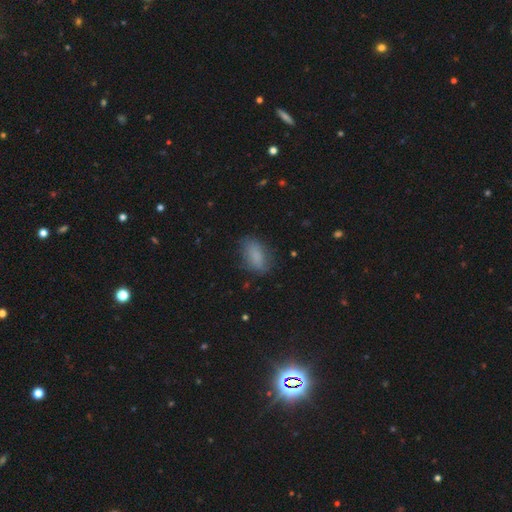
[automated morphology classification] Smooth or featured? Predicted: smooth (p=0.84). How rounded? Predicted: in between (p=0.89). Merging? Predicted: none (p=0.76).